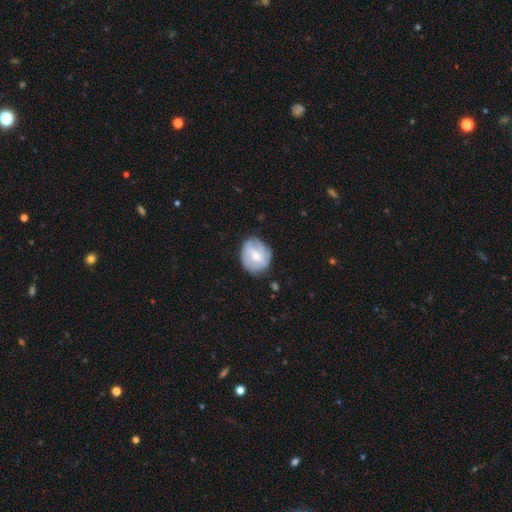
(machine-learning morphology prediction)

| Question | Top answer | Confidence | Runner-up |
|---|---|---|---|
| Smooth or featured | featured or disk | 55% | smooth (38%) |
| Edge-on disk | no | 97% | yes (3%) |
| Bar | no | 59% | weak (35%) |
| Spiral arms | yes | 77% | no (23%) |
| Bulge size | moderate | 47% | small (46%) |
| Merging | none | 70% | minor disturbance (22%) |